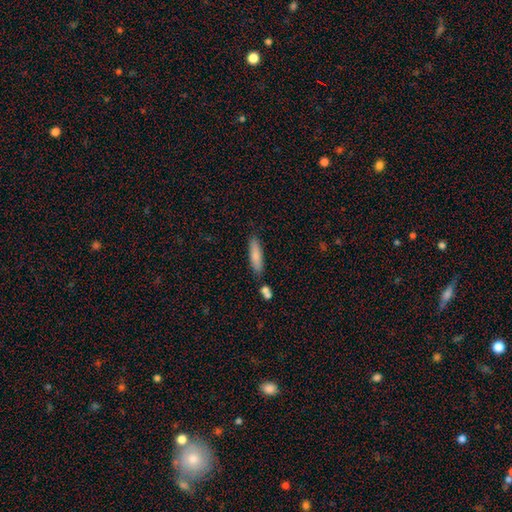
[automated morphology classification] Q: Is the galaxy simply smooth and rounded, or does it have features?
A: smooth — 80%.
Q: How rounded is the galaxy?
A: cigar-shaped — 75%.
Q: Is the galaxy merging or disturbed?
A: none — 82%.